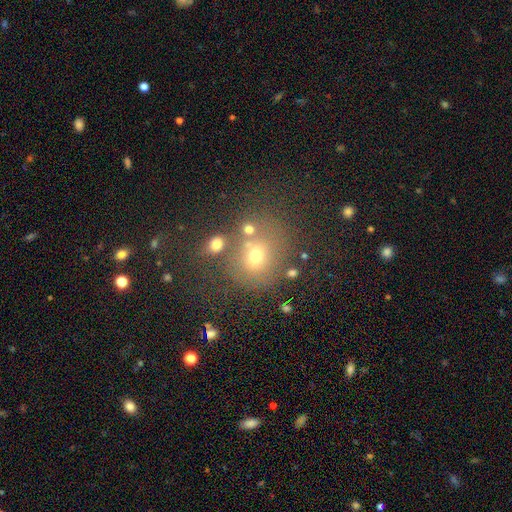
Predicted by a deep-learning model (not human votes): This is likely a smooth galaxy (62%). How rounded: likely round (75%). Merging: likely none (61%).